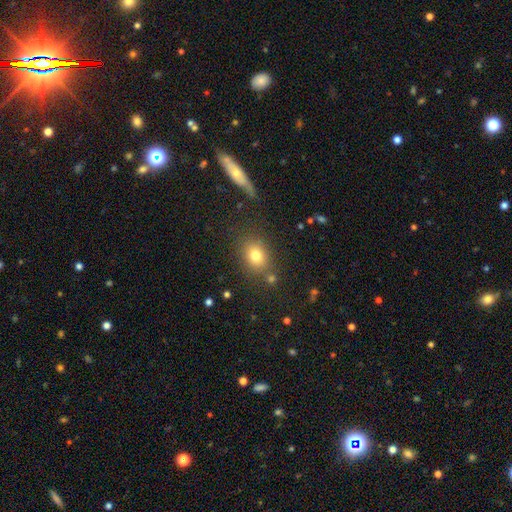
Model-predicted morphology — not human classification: Smooth or featured? Predicted: smooth (p=0.77). How rounded? Predicted: round (p=0.51). Merging? Predicted: none (p=0.76).